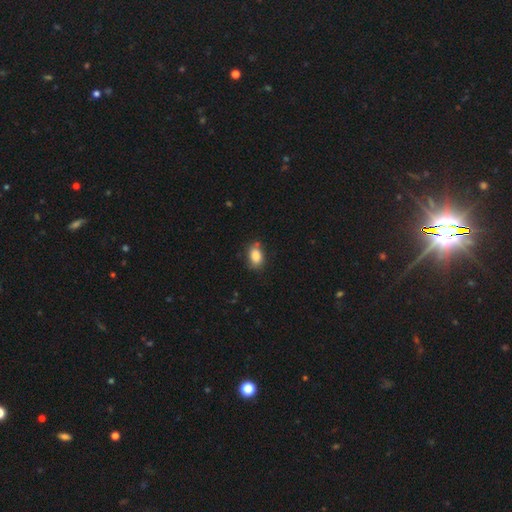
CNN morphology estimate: This is clearly a smooth galaxy (86%). How rounded: clearly in between (83%). Merging: likely none (71%).